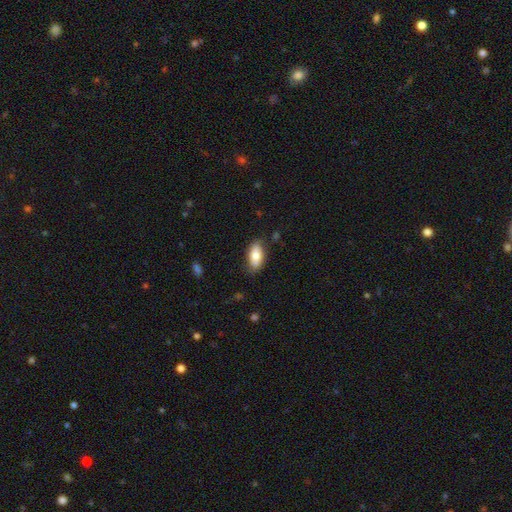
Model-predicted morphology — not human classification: smooth-or-featured: smooth: 78% | featured or disk: 15% | star or artifact: 6%
  how-rounded: in between: 90% | cigar-shaped: 7% | round: 3%
  merging: none: 80% | minor disturbance: 15% | major disturbance: 3% | merger: 1%